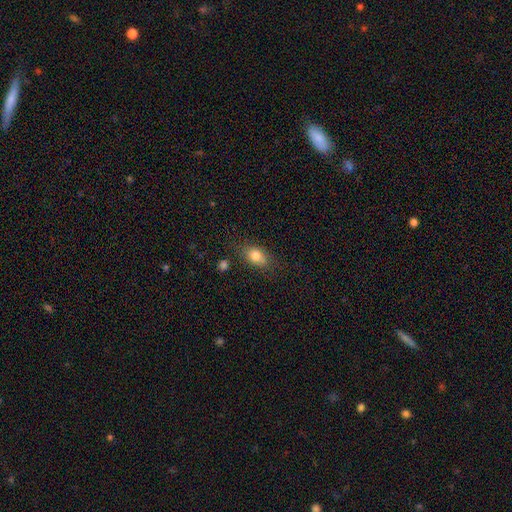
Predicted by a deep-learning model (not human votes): This is clearly a smooth galaxy (80%). How rounded: likely in between (78%). Merging: likely none (72%).